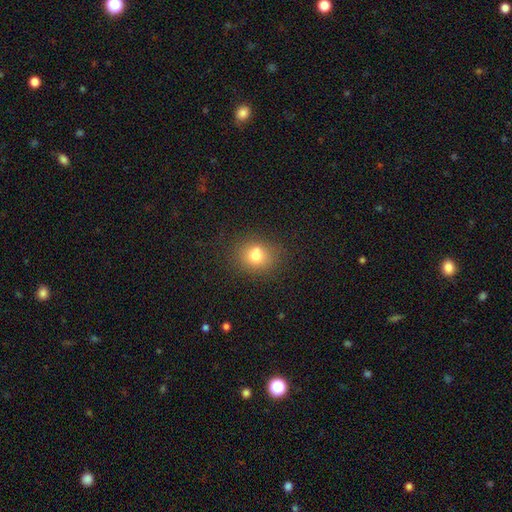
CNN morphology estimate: Smooth or featured: smooth — 74% (star or artifact — 14%)
How rounded: round — 67% (in between — 32%)
Merging: none — 69% (minor disturbance — 15%)